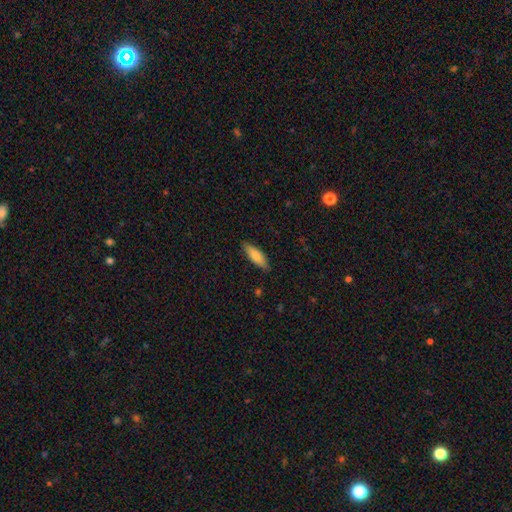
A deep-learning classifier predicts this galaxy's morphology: smooth-or-featured: smooth: 79% | featured or disk: 15% | star or artifact: 6%
  how-rounded: in between: 51% | cigar-shaped: 48% | round: 2%
  merging: none: 86% | minor disturbance: 11% | major disturbance: 2% | merger: 1%